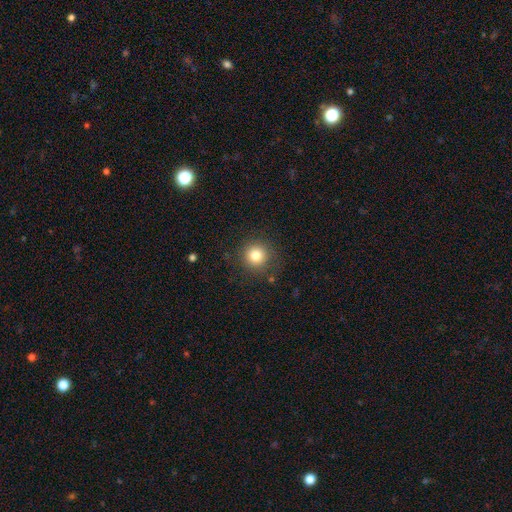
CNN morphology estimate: Smooth or featured? Predicted: smooth (p=0.81). How rounded? Predicted: round (p=0.94). Merging? Predicted: none (p=0.86).